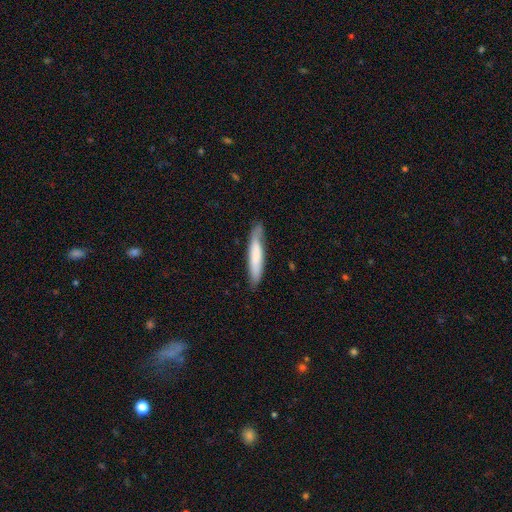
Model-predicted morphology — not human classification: The model was most divided on "smooth or featured": smooth: 72%, featured or disk: 23%, star or artifact: 5%. More confident: how rounded — cigar-shaped (88%); merging — none (74%).